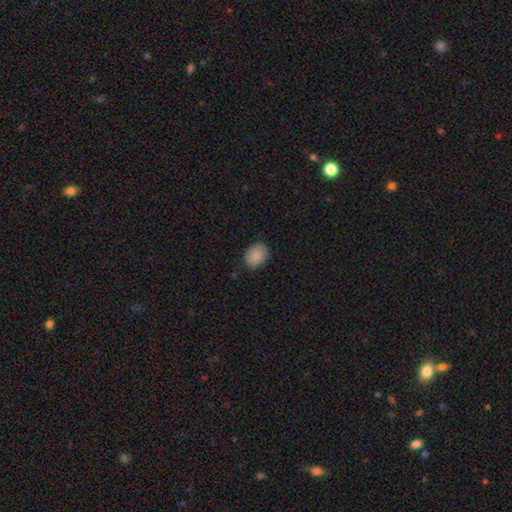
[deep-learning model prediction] This is clearly a smooth galaxy (88%). How rounded: likely in between (63%). Merging: clearly none (82%).